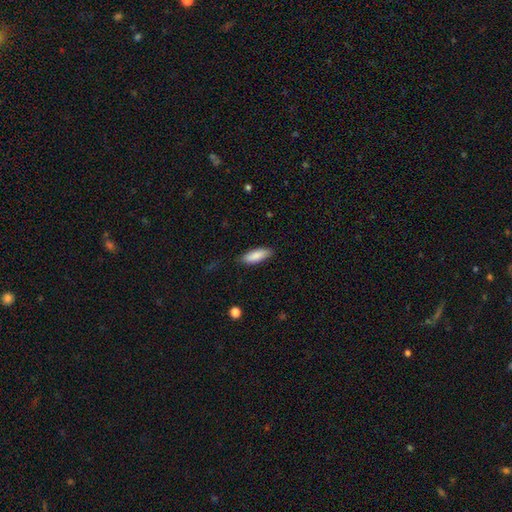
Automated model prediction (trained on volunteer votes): Overall: smooth (87%). How rounded: in between (65%; cigar-shaped 33%). Merging: none (83%).